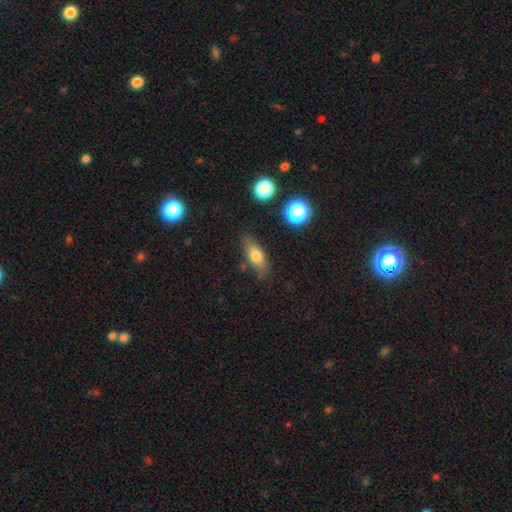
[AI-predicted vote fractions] Smooth or featured? Predicted: smooth (p=0.68). How rounded? Predicted: in between (p=0.69). Merging? Predicted: none (p=0.75).